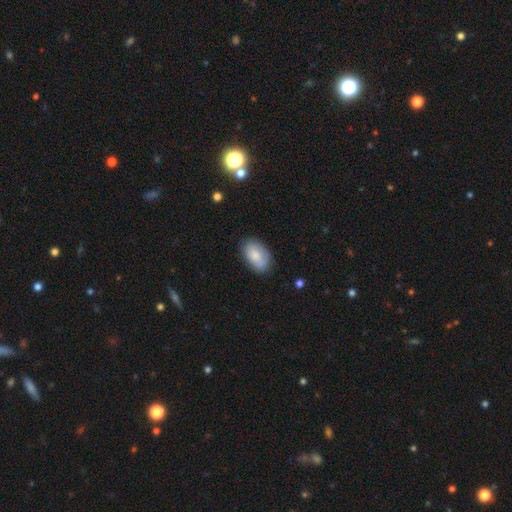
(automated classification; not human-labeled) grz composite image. It shows a smooth galaxy with no disk features (78%) that is in between round and cigar-shaped (92%). Merging: none (76%).